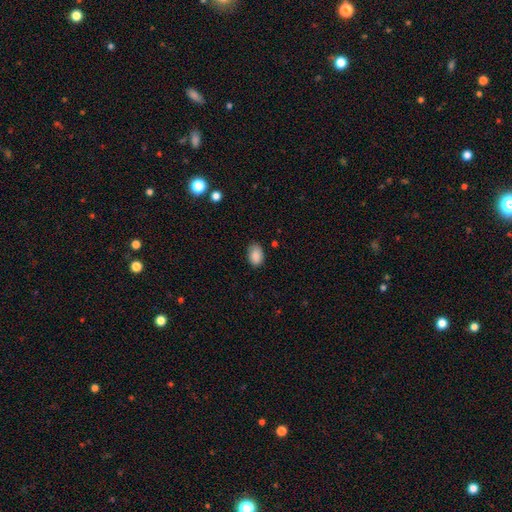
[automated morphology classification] Smooth or featured?
  - smooth: 88% *
  - star or artifact: 8%
  - featured or disk: 4%
How rounded?
  - in between: 87% *
  - round: 12%
  - cigar-shaped: 1%
Merging?
  - none: 79% *
  - minor disturbance: 17%
  - major disturbance: 3%
  - merger: 1%